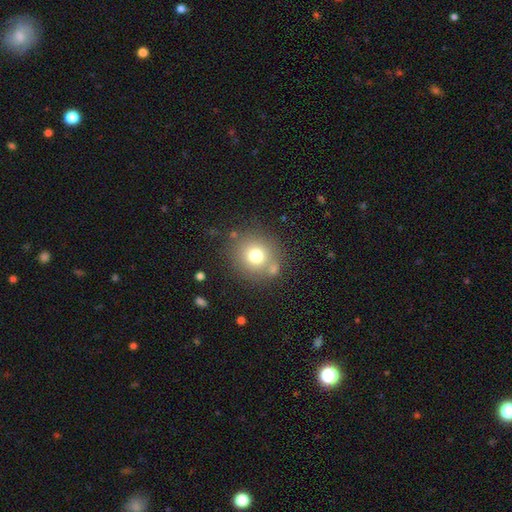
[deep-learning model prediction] Smooth or featured: smooth — 73% (featured or disk — 14%)
How rounded: round — 89% (in between — 10%)
Merging: none — 72% (merger — 11%)